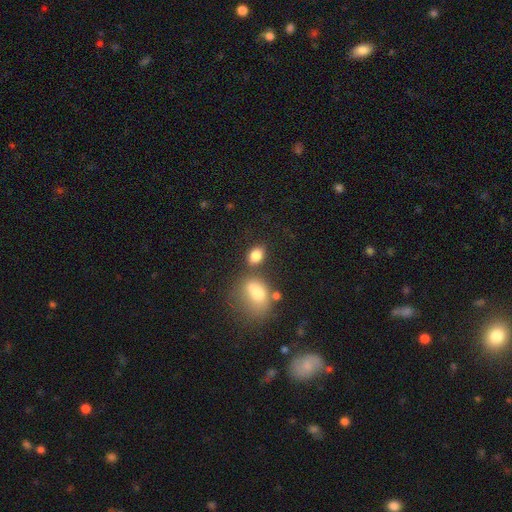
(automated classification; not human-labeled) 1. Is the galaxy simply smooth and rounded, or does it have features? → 82% smooth, 10% star or artifact, 8% featured or disk.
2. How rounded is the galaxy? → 75% in between, 23% round, 2% cigar-shaped.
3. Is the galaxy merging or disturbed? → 61% none, 20% merger, 13% minor disturbance, 5% major disturbance.